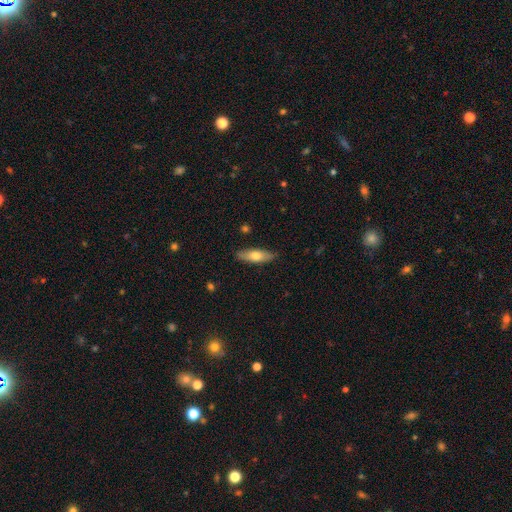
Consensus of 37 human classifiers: This is possibly a smooth galaxy (51%). How rounded: likely in between (74%). Merging: clearly none (91%).